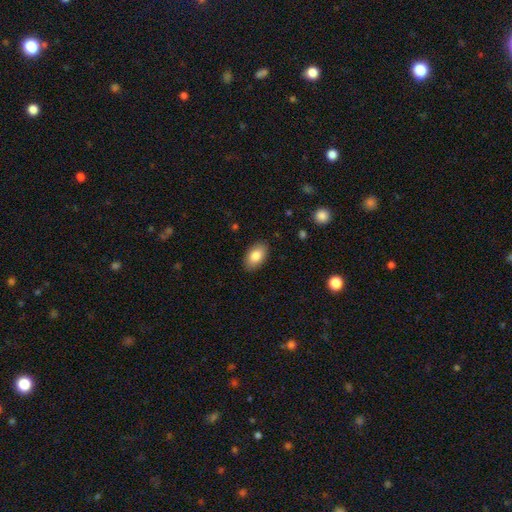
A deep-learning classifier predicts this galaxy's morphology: smooth-or-featured: smooth: 85% | featured or disk: 9% | star or artifact: 6%
  how-rounded: in between: 93% | round: 5% | cigar-shaped: 1%
  merging: none: 88% | minor disturbance: 9% | major disturbance: 2% | merger: 1%